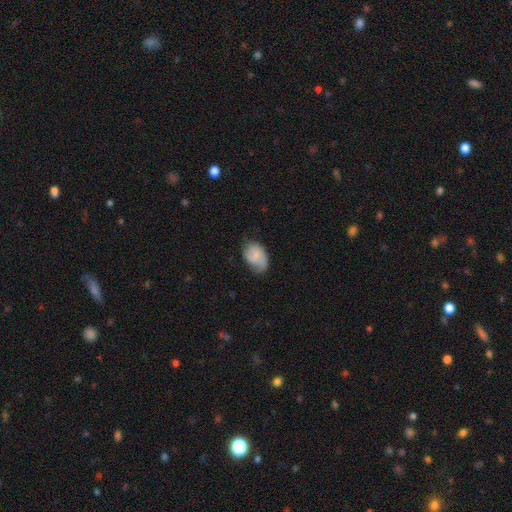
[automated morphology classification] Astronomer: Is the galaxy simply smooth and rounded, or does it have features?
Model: smooth — 72%.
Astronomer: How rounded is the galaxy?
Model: in between — 85%.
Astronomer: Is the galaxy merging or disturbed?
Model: none — 53% (runner-up: minor disturbance, 35%).